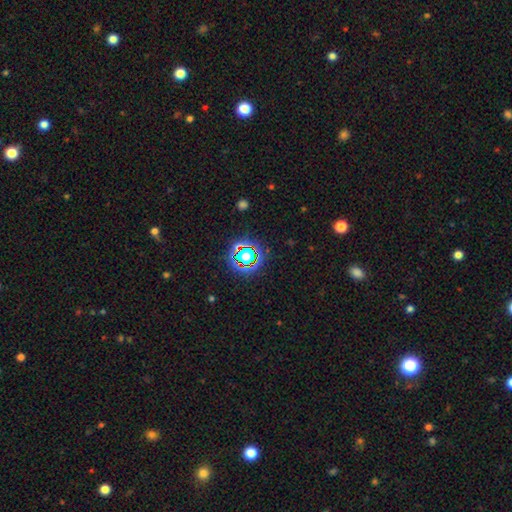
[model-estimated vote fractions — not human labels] Smooth or featured: star or artifact — 74% (smooth — 17%)